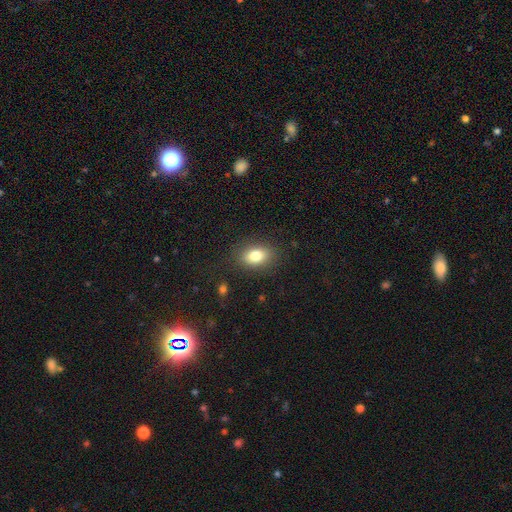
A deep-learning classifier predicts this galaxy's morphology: This appears to be a smooth galaxy with no disk features (81%) that is in between round and cigar-shaped (82%). Merging: none (85%).